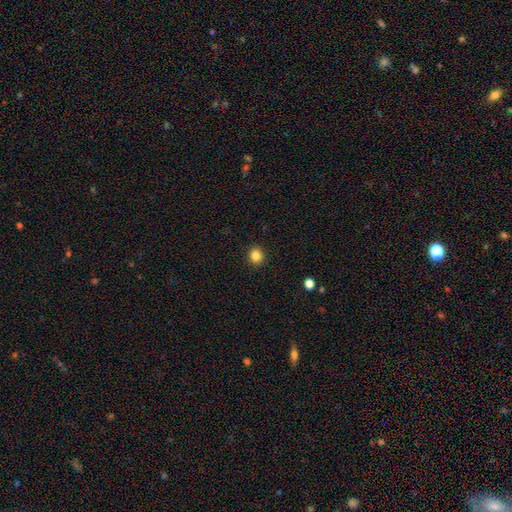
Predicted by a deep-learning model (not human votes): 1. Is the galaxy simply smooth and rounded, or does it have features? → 84% smooth, 11% star or artifact, 4% featured or disk.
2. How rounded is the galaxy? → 80% round, 19% in between, 1% cigar-shaped.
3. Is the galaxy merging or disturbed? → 92% none, 6% minor disturbance, 2% major disturbance, 1% merger.